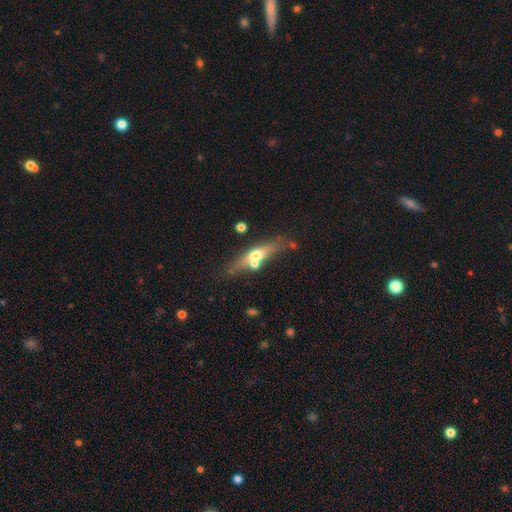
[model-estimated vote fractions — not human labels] Smooth or featured? featured or disk (47%)
Merging? none (65%)